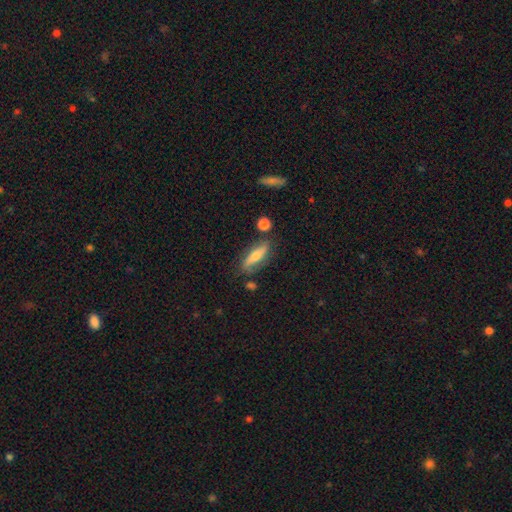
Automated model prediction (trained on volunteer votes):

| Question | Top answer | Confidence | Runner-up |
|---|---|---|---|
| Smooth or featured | smooth | 47% | featured or disk (45%) |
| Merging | none | 75% | minor disturbance (16%) |